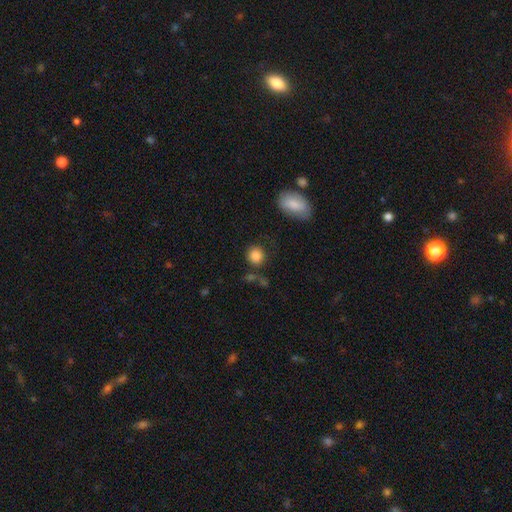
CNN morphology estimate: type=smooth (85%); roundness=round (86%); merging=none (78%).